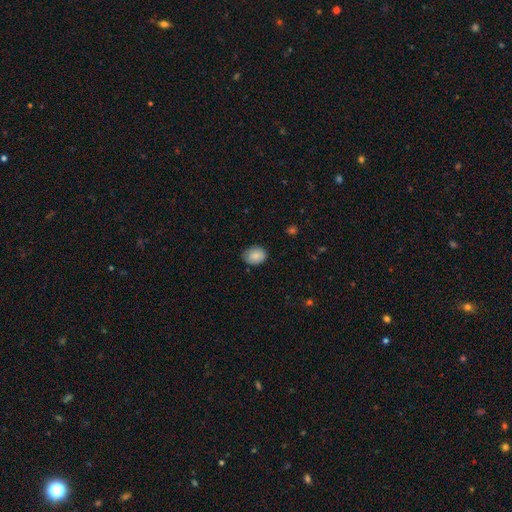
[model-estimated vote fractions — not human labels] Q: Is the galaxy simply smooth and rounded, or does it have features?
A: smooth — 85%.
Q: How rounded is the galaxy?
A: in between — 63%.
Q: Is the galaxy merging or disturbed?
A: none — 79%.